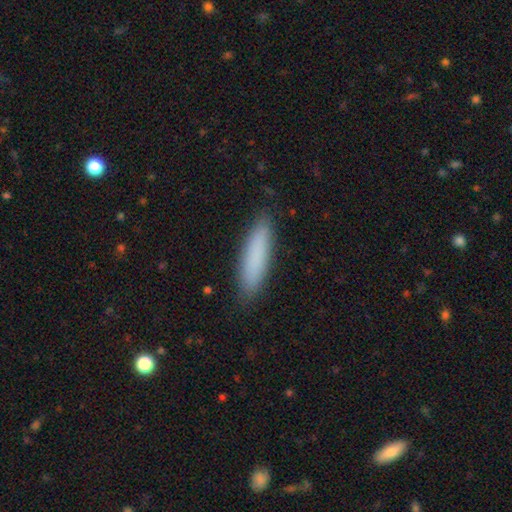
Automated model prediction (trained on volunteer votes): A smooth galaxy with no disk features (84%) that is cigar-shaped (76%). Merging: none (88%).